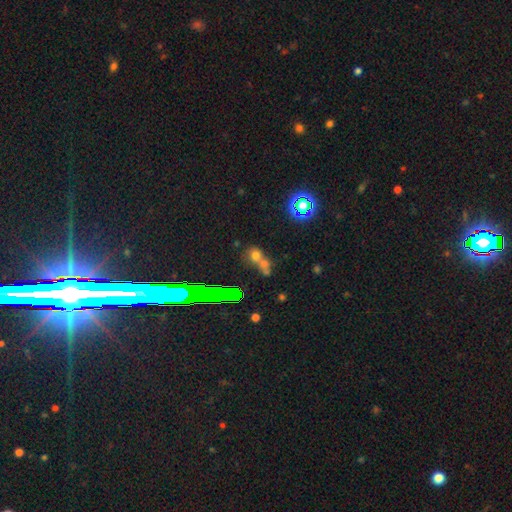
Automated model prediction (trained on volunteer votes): The model was most divided on "merging": merger: 54%, none: 32%, minor disturbance: 8%, major disturbance: 6%. More confident: how rounded — round (66%); smooth or featured — smooth (56%).